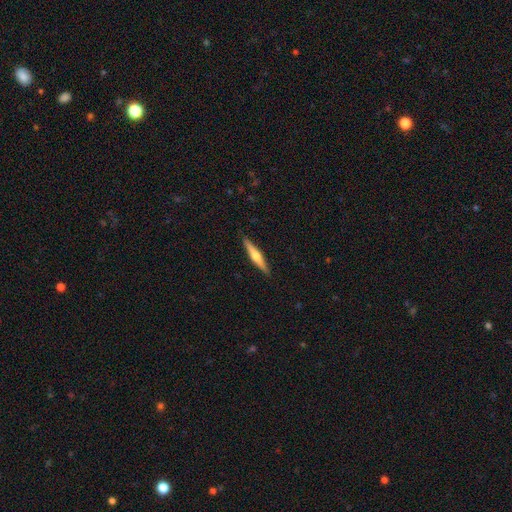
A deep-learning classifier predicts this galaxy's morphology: Smooth or featured?
  - featured or disk: 61% *
  - smooth: 33%
  - star or artifact: 5%
Edge-on disk?
  - yes: 97% *
  - no: 3%
Edge-on bulge?
  - rounded: 91% *
  - none: 5%
  - boxy: 3%
Merging?
  - none: 91% *
  - minor disturbance: 7%
  - major disturbance: 1%
  - merger: 1%